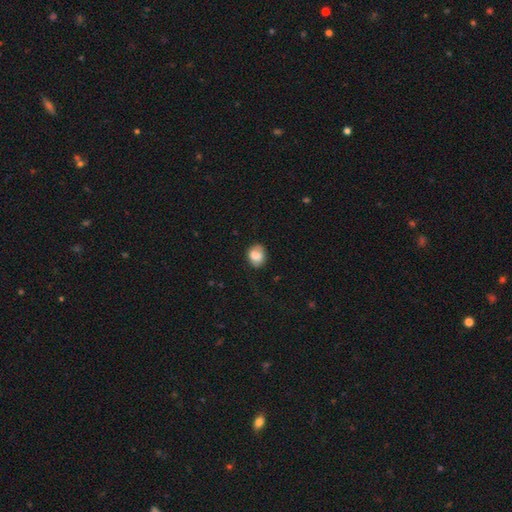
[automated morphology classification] smooth_or_featured: smooth (p=0.82) [alt: featured or disk p=0.10]
how_rounded: in between (p=0.51) [alt: round p=0.48]
merging: none (p=0.70) [alt: minor disturbance p=0.23]